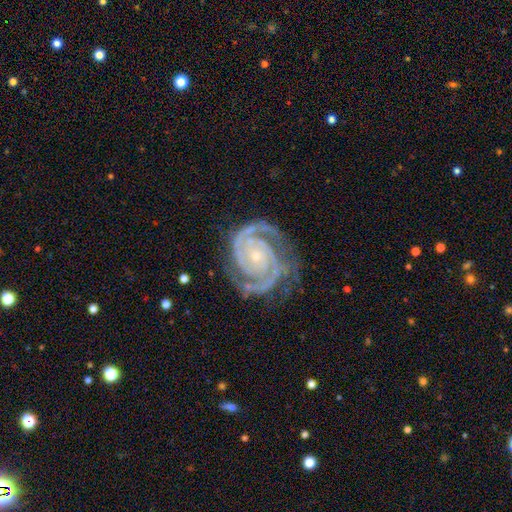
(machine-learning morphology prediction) Smooth or featured: featured or disk — 93% (star or artifact — 4%)
Edge-on disk: no — 98% (yes — 2%)
Bar: no — 74% (weak — 17%)
Spiral arms: yes — 99% (no — 1%)
Spiral winding: tight — 73% (medium — 24%)
Spiral arm count: 2 — 78% (3 — 12%)
Bulge size: small — 79% (moderate — 17%)
Merging: none — 74% (minor disturbance — 17%)